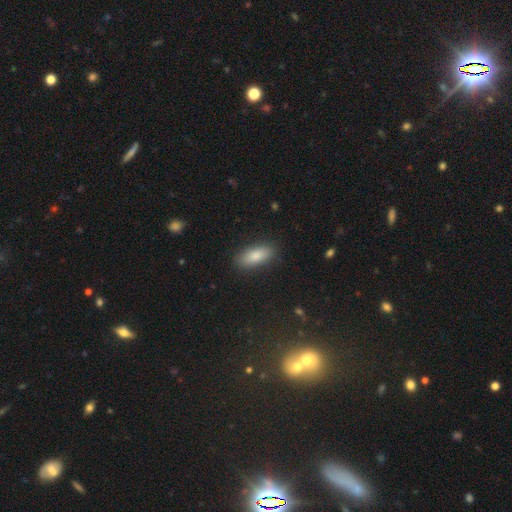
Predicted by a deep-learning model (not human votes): A smooth galaxy with no disk features (85%) that is in between round and cigar-shaped (79%). Merging: none (88%).